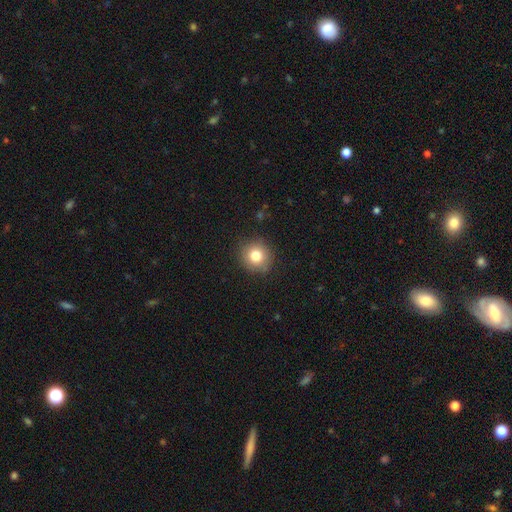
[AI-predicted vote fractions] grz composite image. It shows a smooth galaxy with no disk features (80%) that is round (91%). Merging: none (88%).